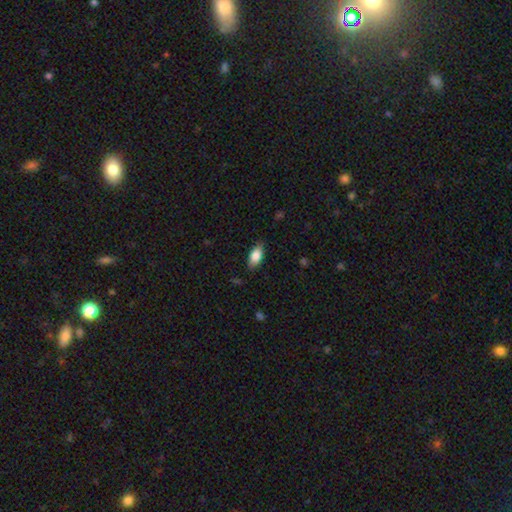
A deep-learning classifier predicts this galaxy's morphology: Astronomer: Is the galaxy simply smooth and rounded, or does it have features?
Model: smooth — 82%.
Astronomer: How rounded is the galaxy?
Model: in between — 89%.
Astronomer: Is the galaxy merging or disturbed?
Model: none — 82%.